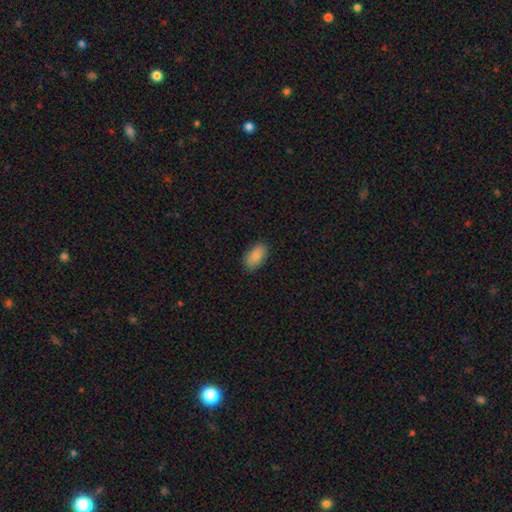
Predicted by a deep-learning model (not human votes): This is clearly a smooth galaxy (87%). How rounded: clearly in between (93%). Merging: clearly none (87%).